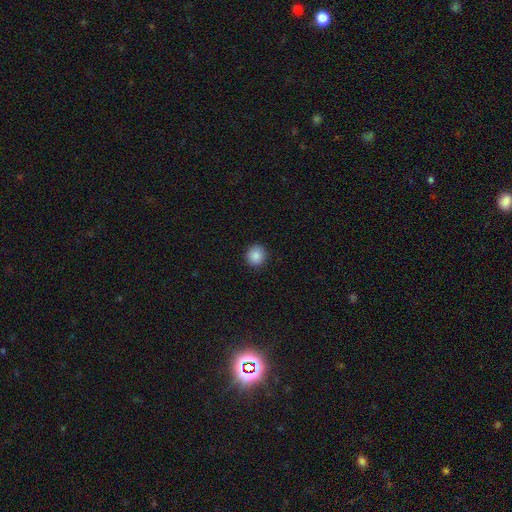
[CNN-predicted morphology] smooth-or-featured: smooth: 88% | star or artifact: 9% | featured or disk: 3%
  how-rounded: round: 91% | in between: 8% | cigar-shaped: 1%
  merging: none: 91% | minor disturbance: 6% | major disturbance: 2% | merger: 1%